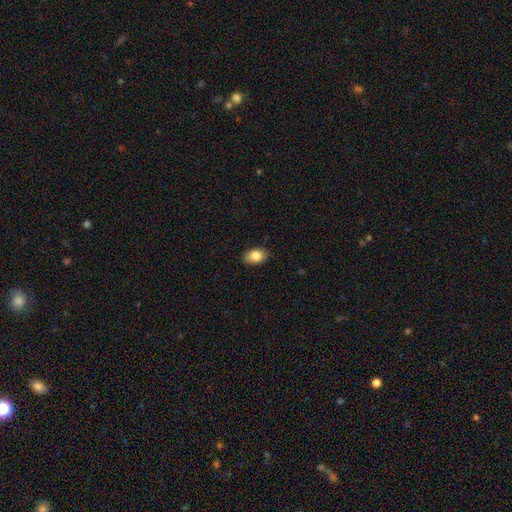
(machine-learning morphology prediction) Smooth or featured?
  - smooth: 85% *
  - star or artifact: 8%
  - featured or disk: 7%
How rounded?
  - in between: 84% *
  - round: 14%
  - cigar-shaped: 1%
Merging?
  - none: 86% *
  - minor disturbance: 11%
  - major disturbance: 2%
  - merger: 1%